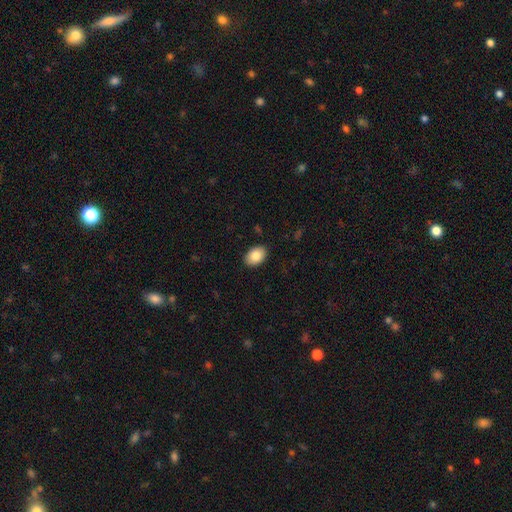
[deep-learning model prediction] Smooth or featured: smooth — 85% (featured or disk — 8%)
How rounded: in between — 87% (round — 12%)
Merging: none — 89% (minor disturbance — 8%)